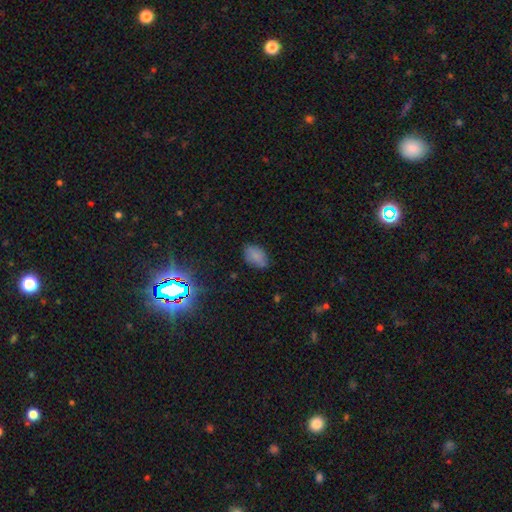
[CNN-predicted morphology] Smooth or featured? Predicted: smooth (p=0.78). How rounded? Predicted: in between (p=0.87). Merging? Predicted: none (p=0.73).